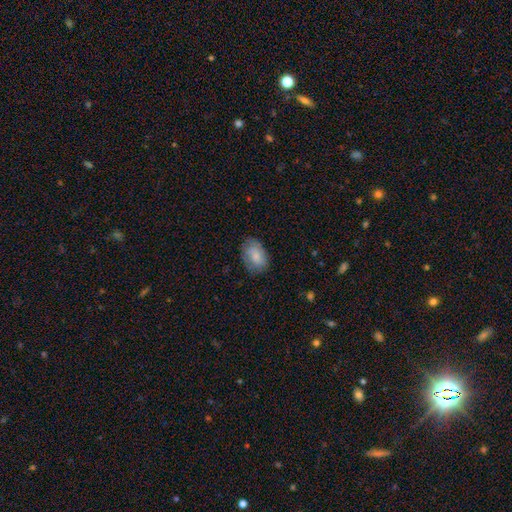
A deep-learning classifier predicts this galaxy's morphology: A smooth galaxy with no disk features (76%) that is in between round and cigar-shaped (85%).

Vote fractions:
- Smooth or featured? smooth: 76% / featured or disk: 17% / star or artifact: 7%
- How rounded? in between: 85% / round: 13% / cigar-shaped: 1%
- Merging? none: 76% / minor disturbance: 19% / major disturbance: 4% / merger: 1%